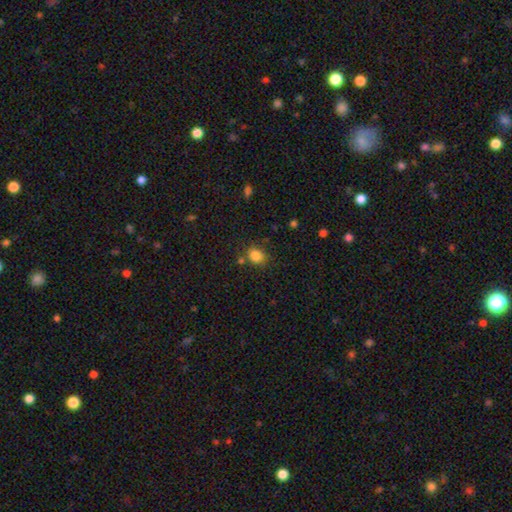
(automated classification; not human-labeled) smooth_or_featured: smooth (p=0.84) [alt: star or artifact p=0.11]
how_rounded: round (p=0.60) [alt: in between p=0.39]
merging: none (p=0.73) [alt: minor disturbance p=0.13]